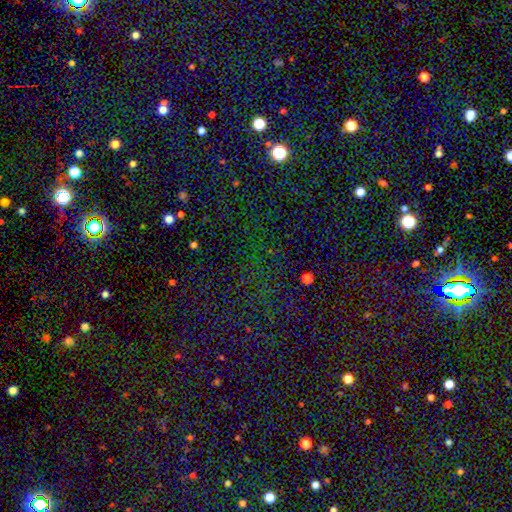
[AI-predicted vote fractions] Smooth or featured?
  - star or artifact: 76% *
  - smooth: 17%
  - featured or disk: 7%